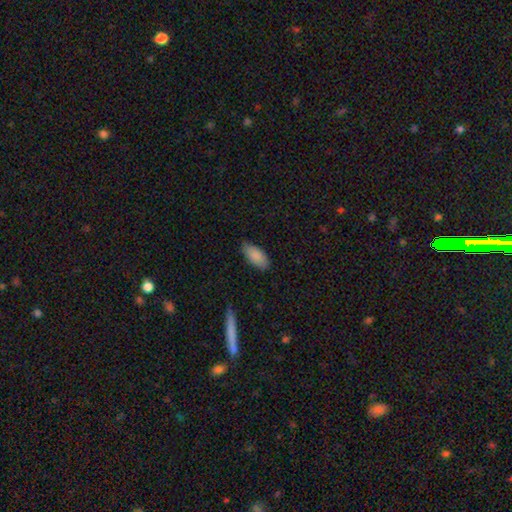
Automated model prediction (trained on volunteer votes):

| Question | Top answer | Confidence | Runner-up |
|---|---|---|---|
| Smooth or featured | smooth | 87% | featured or disk (7%) |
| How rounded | in between | 90% | cigar-shaped (8%) |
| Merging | none | 80% | minor disturbance (16%) |